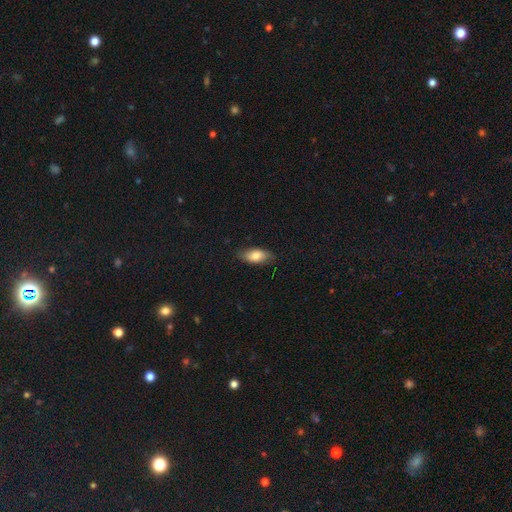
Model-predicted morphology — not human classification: A smooth galaxy with no disk features (81%) that is in between round and cigar-shaped (88%).

Vote fractions:
- Smooth or featured? smooth: 81% / featured or disk: 13% / star or artifact: 6%
- How rounded? in between: 88% / cigar-shaped: 9% / round: 3%
- Merging? none: 83% / minor disturbance: 14% / major disturbance: 3% / merger: 1%